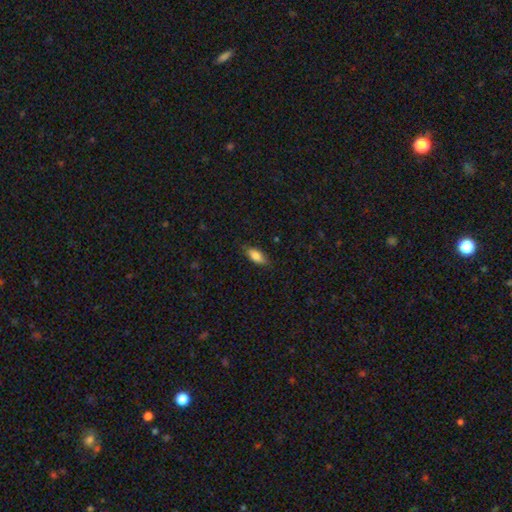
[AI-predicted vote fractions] Smooth or featured: smooth — 82% (featured or disk — 11%)
How rounded: in between — 81% (cigar-shaped — 17%)
Merging: none — 77% (minor disturbance — 18%)